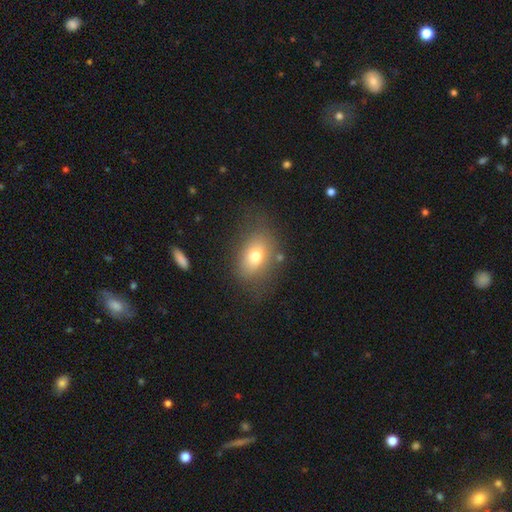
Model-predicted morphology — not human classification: smooth 72%, featured or disk 17%, star or artifact 11%. Down the decision tree: how rounded — in between (75%); merging — none (68%).